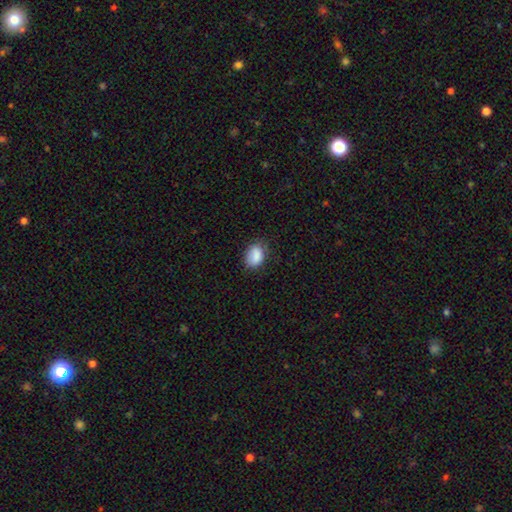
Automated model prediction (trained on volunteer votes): The model was most divided on "merging": none: 69%, minor disturbance: 24%, major disturbance: 6%, merger: 1%. More confident: smooth or featured — smooth (86%); how rounded — in between (75%).